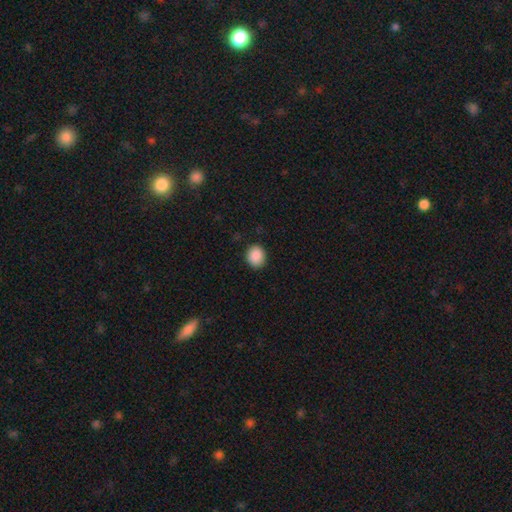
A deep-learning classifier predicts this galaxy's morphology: smooth-or-featured: smooth: 89% | star or artifact: 8% | featured or disk: 3%
  how-rounded: round: 65% | in between: 34% | cigar-shaped: 1%
  merging: none: 89% | minor disturbance: 8% | major disturbance: 2% | merger: 1%